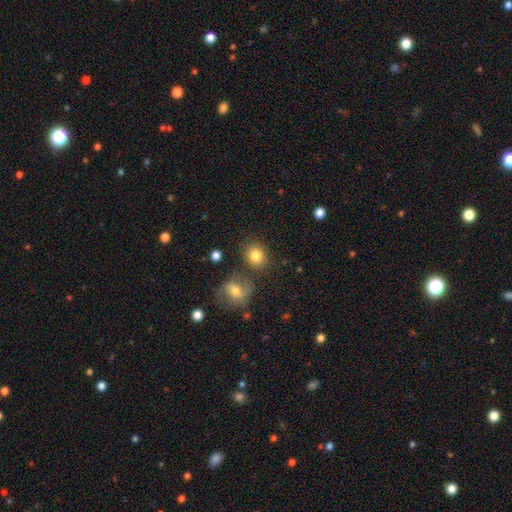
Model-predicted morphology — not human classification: A smooth galaxy with no disk features (81%) that is round (70%).

Vote fractions:
- Smooth or featured? smooth: 81% / featured or disk: 10% / star or artifact: 9%
- How rounded? round: 70% / in between: 29% / cigar-shaped: 1%
- Merging? none: 74% / minor disturbance: 12% / merger: 10% / major disturbance: 4%